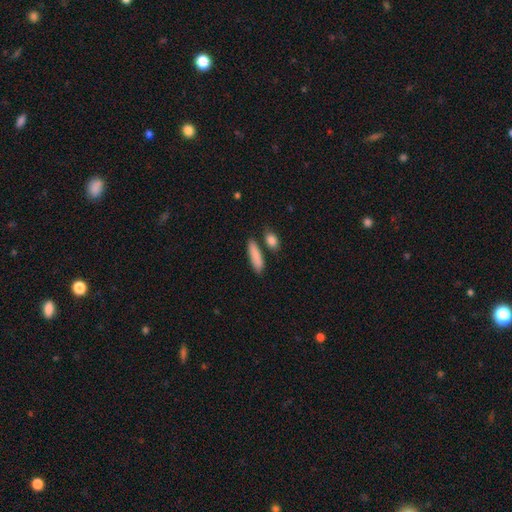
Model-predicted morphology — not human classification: A smooth galaxy with no disk features (87%) that is cigar-shaped (58%). Merging: none (76%).